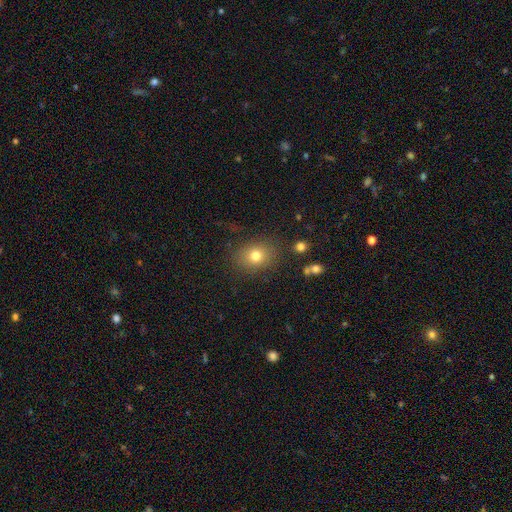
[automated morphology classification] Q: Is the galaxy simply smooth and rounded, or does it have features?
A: smooth — 76%.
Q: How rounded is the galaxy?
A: round — 51%.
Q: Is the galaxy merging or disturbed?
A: none — 83%.